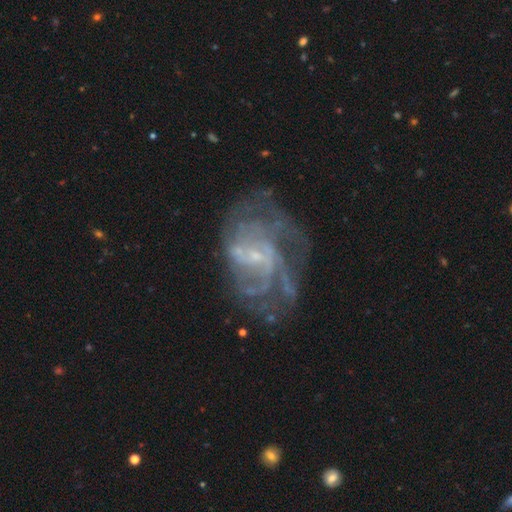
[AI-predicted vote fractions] Smooth or featured? Predicted: featured or disk (p=0.84). Edge-on disk? Predicted: no (p=0.98). Bar? Predicted: no (p=0.49). Spiral arms? Predicted: yes (p=0.86). Spiral winding? Predicted: medium (p=0.43). Spiral arm count? Predicted: can't tell (p=0.40). Bulge size? Predicted: small (p=0.75). Merging? Predicted: none (p=0.49).